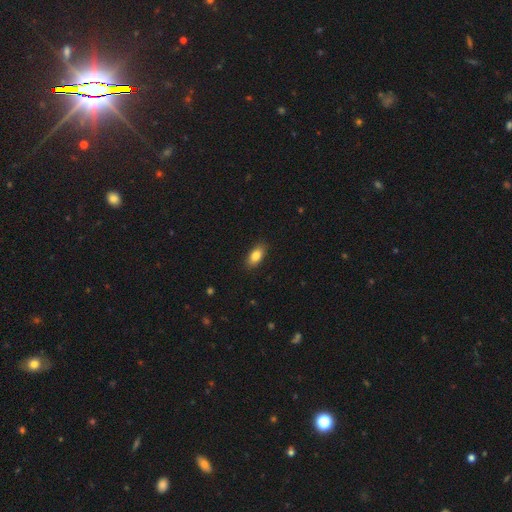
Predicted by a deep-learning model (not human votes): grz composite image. It shows a smooth galaxy with no disk features (85%) that is in between round and cigar-shaped (90%). Merging: none (87%).